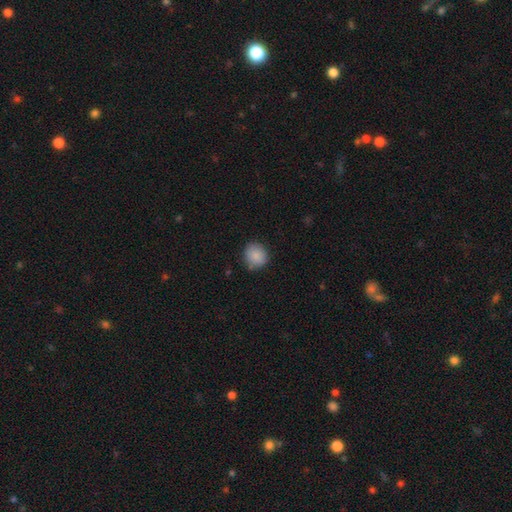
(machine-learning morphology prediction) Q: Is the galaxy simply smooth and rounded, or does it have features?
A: smooth — 88%.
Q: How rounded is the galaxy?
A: round — 80%.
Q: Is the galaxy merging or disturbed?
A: none — 81%.